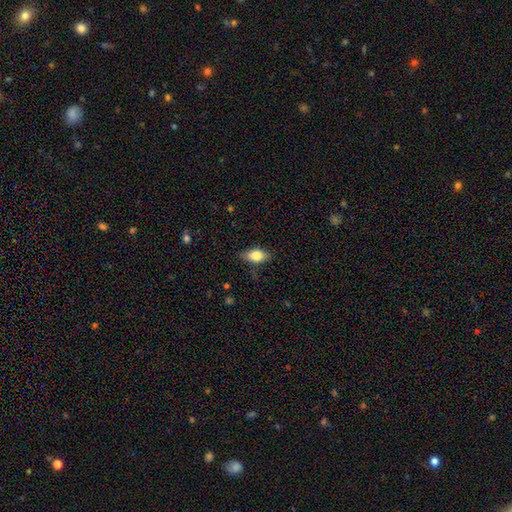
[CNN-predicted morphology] smooth 77%, featured or disk 15%, star or artifact 8%. Down the decision tree: how rounded — in between (84%); merging — none (76%).